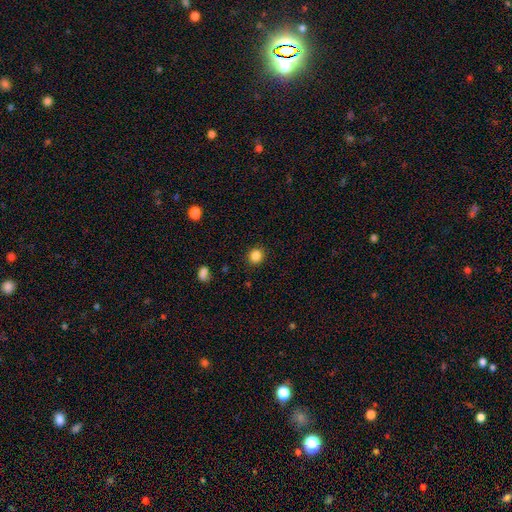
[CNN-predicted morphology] smooth-or-featured: smooth: 85% | star or artifact: 11% | featured or disk: 3%
  how-rounded: round: 86% | in between: 13% | cigar-shaped: 1%
  merging: none: 90% | minor disturbance: 7% | major disturbance: 2% | merger: 1%